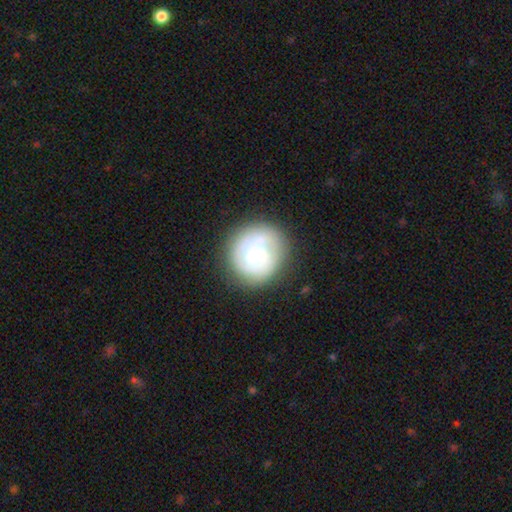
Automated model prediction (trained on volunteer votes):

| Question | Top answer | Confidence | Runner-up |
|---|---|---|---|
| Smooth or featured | featured or disk | 57% | smooth (37%) |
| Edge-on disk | no | 98% | yes (2%) |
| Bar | no | 55% | weak (37%) |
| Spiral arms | yes | 71% | no (29%) |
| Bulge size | moderate | 47% | small (44%) |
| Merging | none | 71% | minor disturbance (16%) |